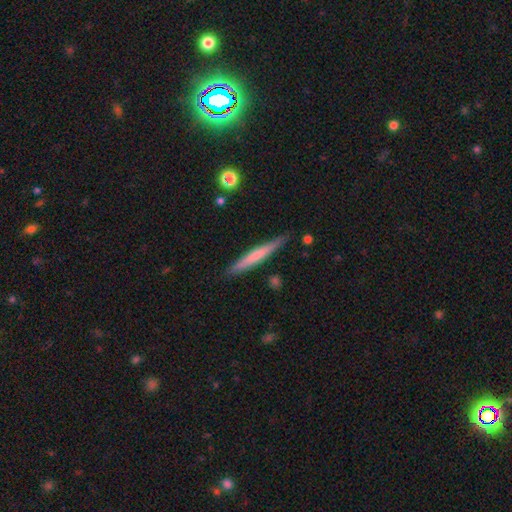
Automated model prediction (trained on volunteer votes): Q: Smooth or featured?
A: smooth (55%); runner-up: featured or disk (40%)
Q: How rounded?
A: cigar-shaped (96%); runner-up: in between (3%)
Q: Merging?
A: none (87%); runner-up: minor disturbance (9%)